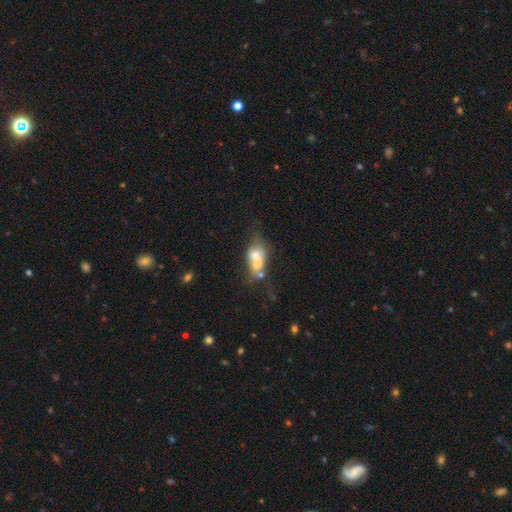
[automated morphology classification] Overall: smooth (53%; featured or disk 36%). How rounded: in between (81%). Merging: merger (40%; none 24%).